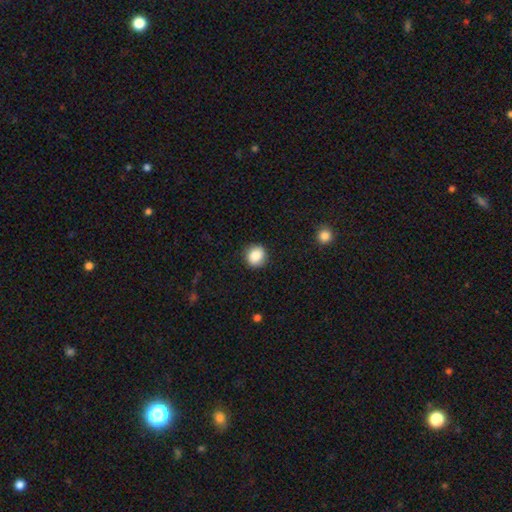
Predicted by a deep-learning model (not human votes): Smooth or featured?
  - smooth: 87% *
  - star or artifact: 9%
  - featured or disk: 4%
How rounded?
  - round: 84% *
  - in between: 15%
  - cigar-shaped: 1%
Merging?
  - none: 88% *
  - minor disturbance: 8%
  - major disturbance: 2%
  - merger: 1%